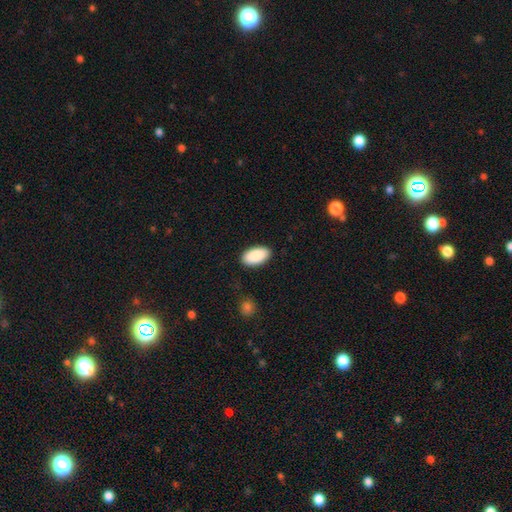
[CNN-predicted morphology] smooth 90%, star or artifact 6%, featured or disk 4%. Down the decision tree: how rounded — in between (96%); merging — none (88%).